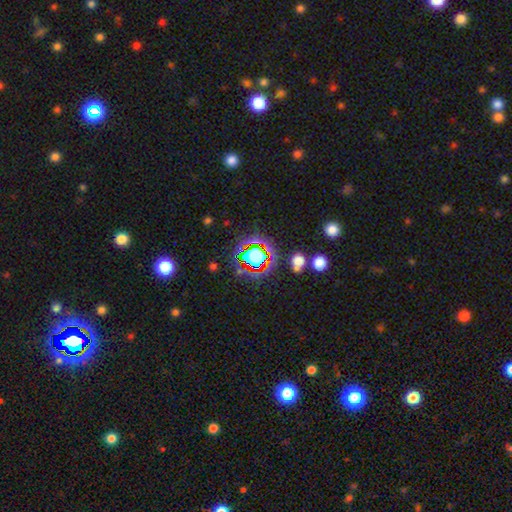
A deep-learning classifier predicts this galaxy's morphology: Smooth or featured?
  - star or artifact: 58% *
  - smooth: 27%
  - featured or disk: 16%